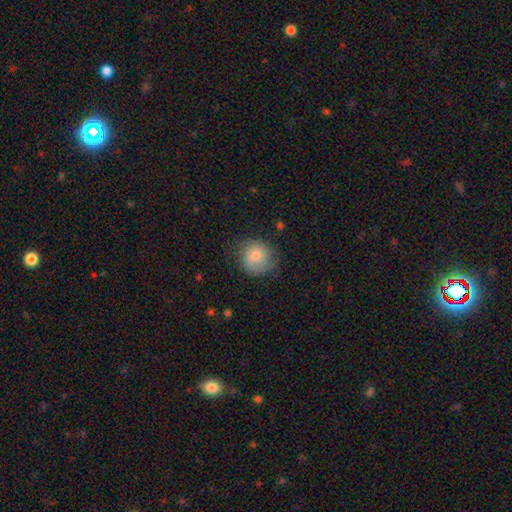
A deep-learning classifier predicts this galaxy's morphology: This is likely a smooth galaxy (69%). How rounded: clearly round (84%). Merging: likely none (64%).